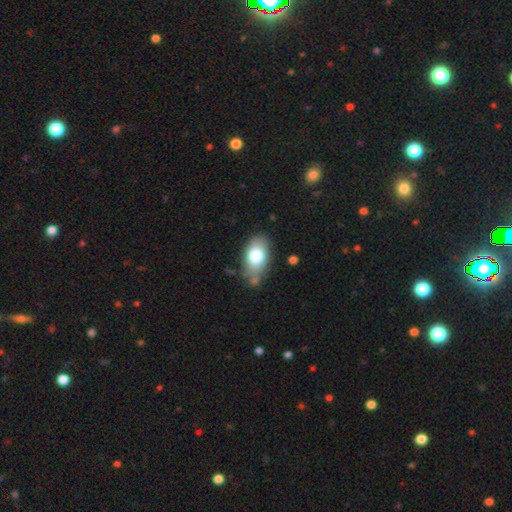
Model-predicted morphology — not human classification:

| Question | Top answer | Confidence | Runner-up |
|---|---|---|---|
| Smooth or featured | smooth | 76% | featured or disk (17%) |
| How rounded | in between | 90% | round (8%) |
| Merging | none | 70% | minor disturbance (19%) |